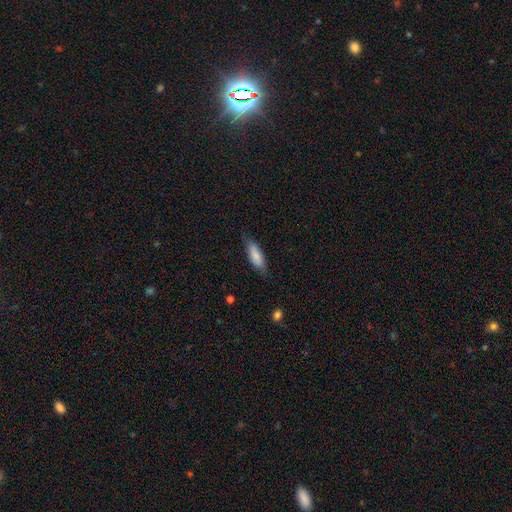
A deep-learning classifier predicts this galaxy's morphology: This is clearly a smooth galaxy (83%). How rounded: possibly in between (60%). Merging: likely none (74%).